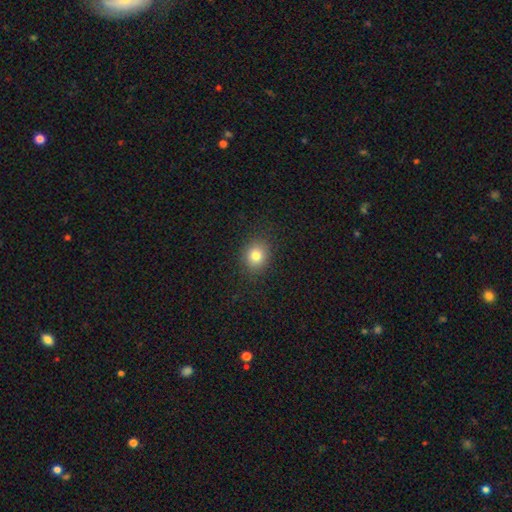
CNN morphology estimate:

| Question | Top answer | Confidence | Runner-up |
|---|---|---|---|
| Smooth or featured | smooth | 80% | star or artifact (12%) |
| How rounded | round | 72% | in between (27%) |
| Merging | none | 89% | minor disturbance (7%) |